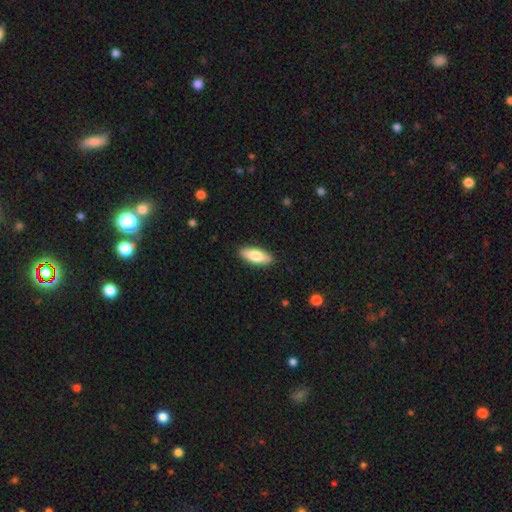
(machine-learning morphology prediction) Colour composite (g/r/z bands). It shows a smooth galaxy with no disk features (76%) that is in between round and cigar-shaped (73%). Merging: none (90%).